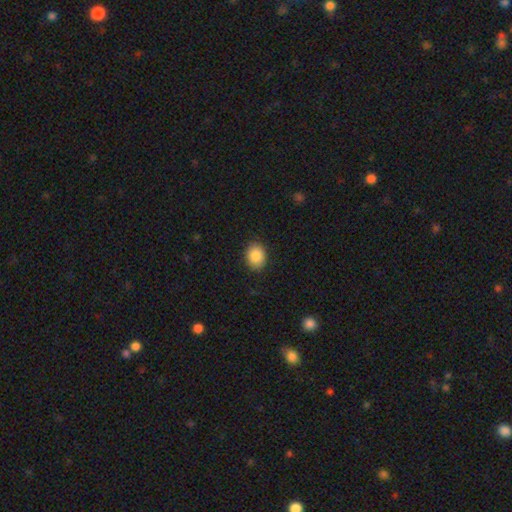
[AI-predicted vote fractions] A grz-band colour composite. It shows a smooth galaxy with no disk features (87%) that is round (51%). Merging: none (88%).